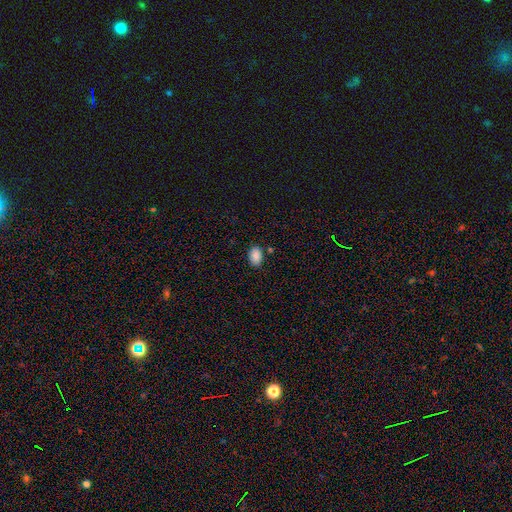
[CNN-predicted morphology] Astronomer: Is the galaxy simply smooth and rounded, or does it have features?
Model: smooth — 87%.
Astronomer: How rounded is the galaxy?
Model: in between — 87%.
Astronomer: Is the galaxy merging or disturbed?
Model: none — 83%.